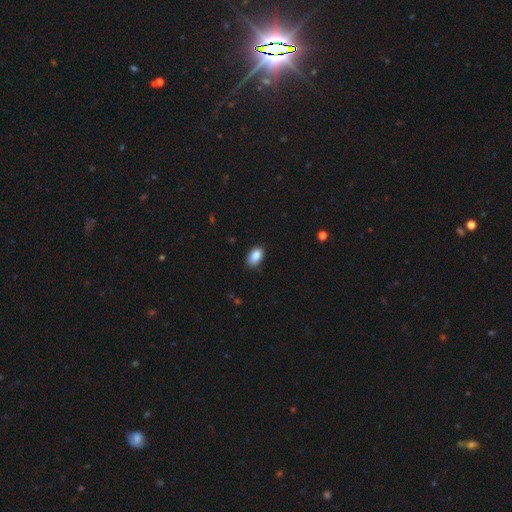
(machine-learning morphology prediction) The model was most divided on "merging": none: 86%, minor disturbance: 11%, major disturbance: 2%, merger: 1%. More confident: how rounded — in between (91%); smooth or featured — smooth (88%).